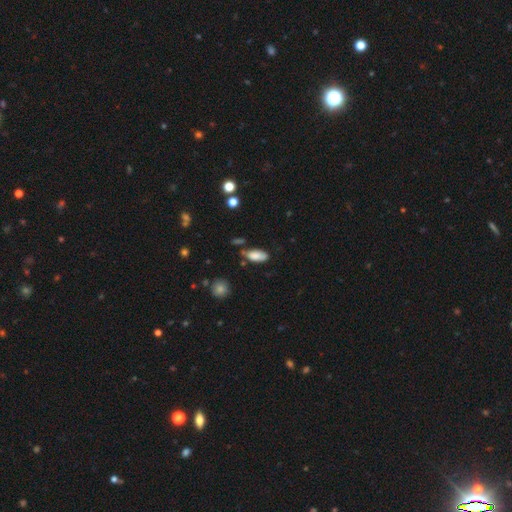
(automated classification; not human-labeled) Morphology: type=smooth (82%); roundness=in between (89%); merging=none (61%).